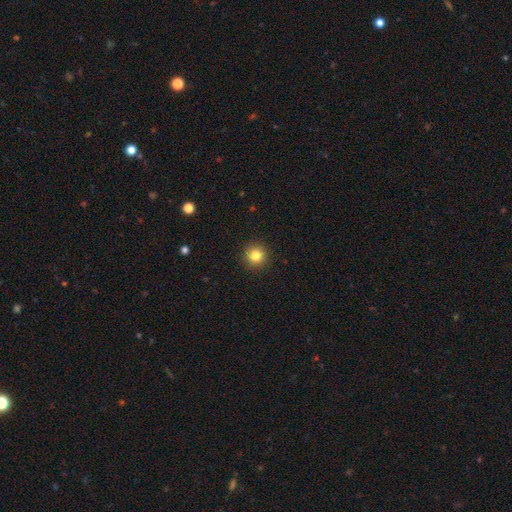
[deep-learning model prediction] smooth-or-featured: smooth: 82% | star or artifact: 12% | featured or disk: 6%
  how-rounded: round: 94% | in between: 5% | cigar-shaped: 1%
  merging: none: 92% | minor disturbance: 5% | major disturbance: 2% | merger: 1%